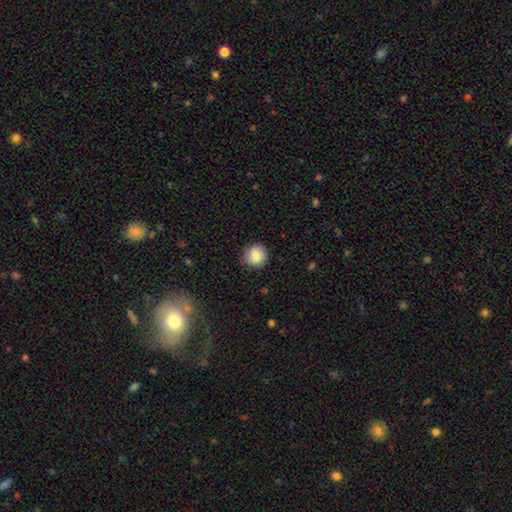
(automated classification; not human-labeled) Q: Smooth or featured?
A: smooth (87%); runner-up: star or artifact (8%)
Q: How rounded?
A: round (92%); runner-up: in between (7%)
Q: Merging?
A: none (87%); runner-up: minor disturbance (10%)